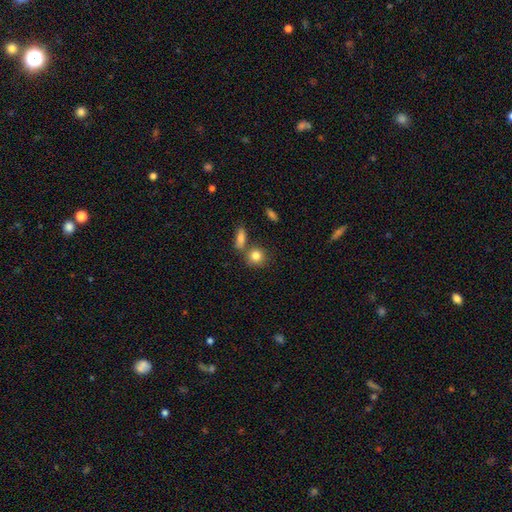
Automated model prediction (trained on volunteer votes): Morphology: type=smooth (83%); roundness=round (76%); merging=none (62%).